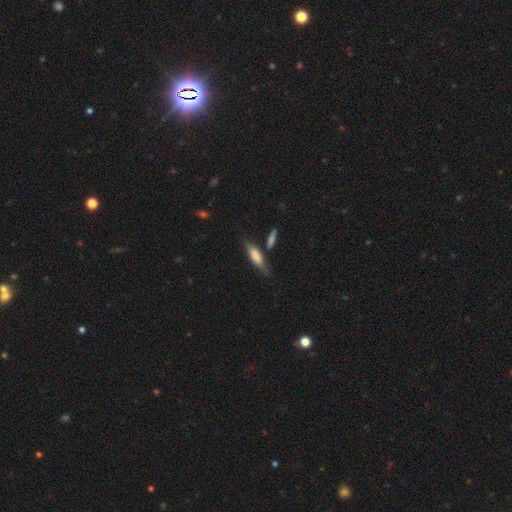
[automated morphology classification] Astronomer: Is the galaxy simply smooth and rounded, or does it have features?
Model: smooth — 67%.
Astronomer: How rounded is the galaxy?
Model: cigar-shaped — 58% (runner-up: in between, 40%).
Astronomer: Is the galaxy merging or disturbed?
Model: none — 65%.